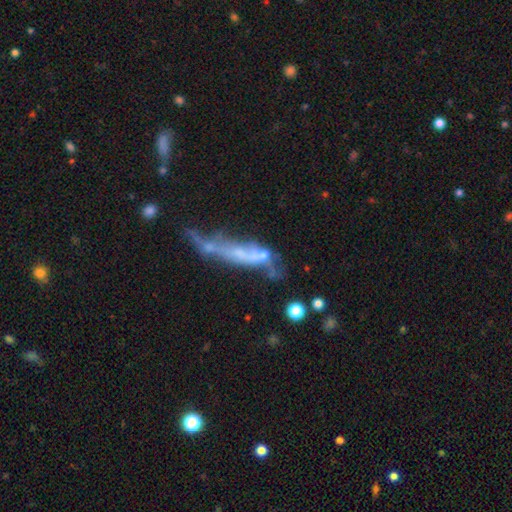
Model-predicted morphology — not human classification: Q: Smooth or featured?
A: featured or disk (51%); runner-up: smooth (35%)
Q: Edge-on disk?
A: no (69%); runner-up: yes (31%)
Q: Merging?
A: merger (39%); runner-up: major disturbance (28%)